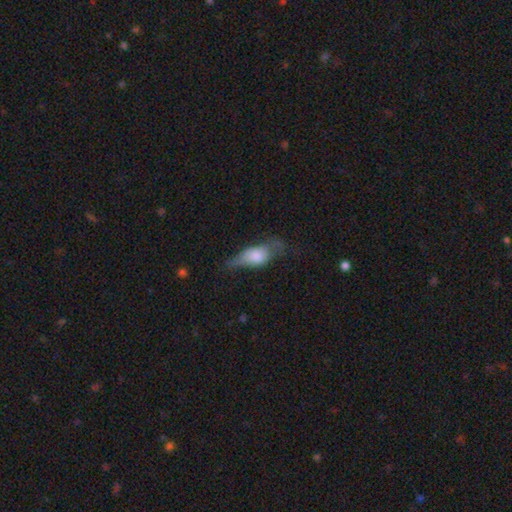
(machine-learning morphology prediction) Smooth or featured: smooth — 59% (featured or disk — 33%)
How rounded: in between — 75% (cigar-shaped — 18%)
Merging: none — 37% (minor disturbance — 33%)